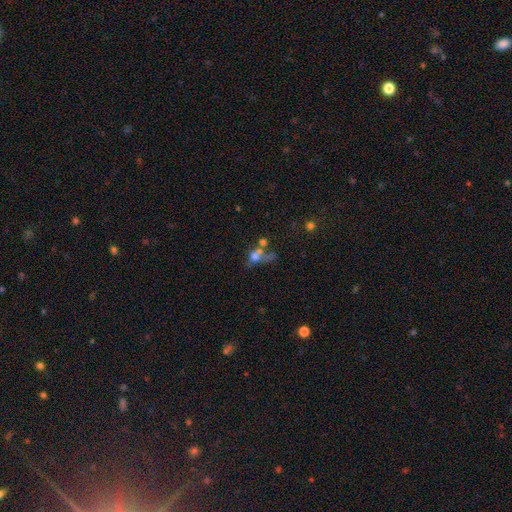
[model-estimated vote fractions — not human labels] Overall: smooth (52%; featured or disk 29%). How rounded: in between (53%; round 42%). Merging: merger (46%; major disturbance 23%).